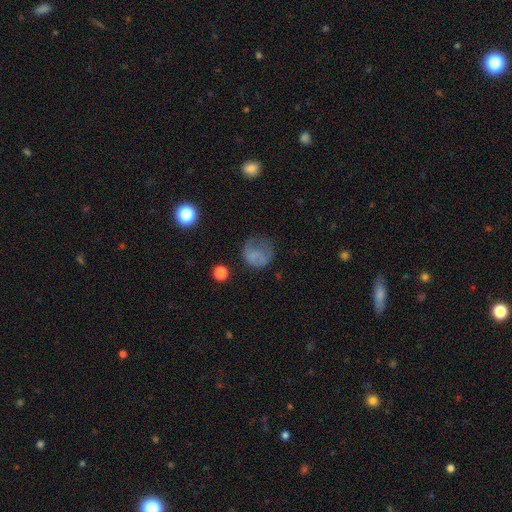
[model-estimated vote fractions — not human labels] This appears to be a smooth galaxy with no disk features (65%) that is round (72%). Merging: none (43%).